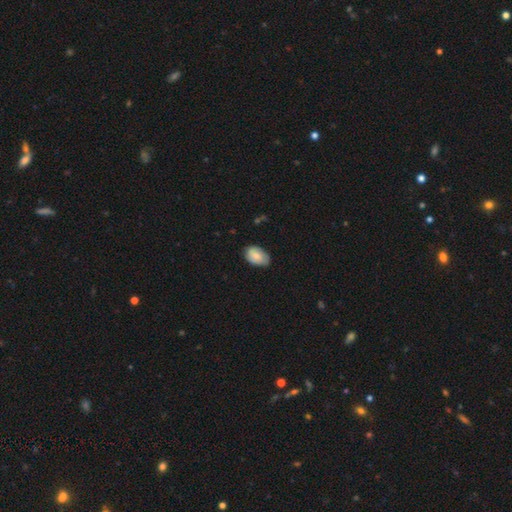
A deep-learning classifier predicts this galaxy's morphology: A smooth galaxy with no disk features (73%) that is in between round and cigar-shaped (88%).

Vote fractions:
- Smooth or featured? smooth: 73% / featured or disk: 20% / star or artifact: 7%
- How rounded? in between: 88% / round: 11% / cigar-shaped: 1%
- Merging? none: 69% / minor disturbance: 26% / major disturbance: 4% / merger: 1%